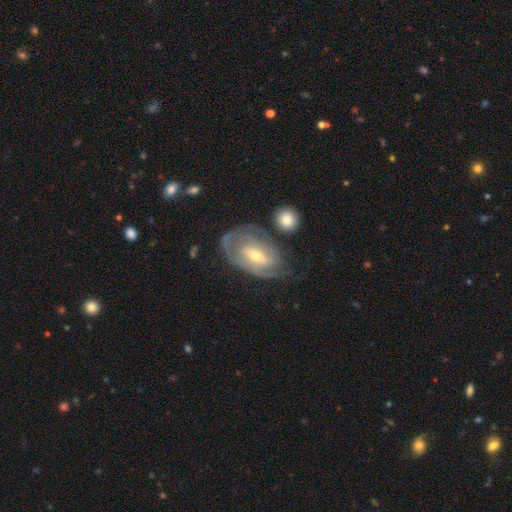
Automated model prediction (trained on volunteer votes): A featured or disk galaxy (77%) with a weak bar (43%), tight (60%) spiral arms (83%) and a small central bulge (55%).

Vote fractions:
- Smooth or featured? featured or disk: 77% / smooth: 18% / star or artifact: 6%
- Edge-on disk? no: 95% / yes: 5%
- Bar? weak: 43% / no: 39% / strong: 18%
- Spiral arms? yes: 83% / no: 17%
- Spiral winding? tight: 60% / medium: 30% / loose: 11%
- Spiral arm count? can't tell: 40% / 2: 38% / 1: 8% / 3: 8% / 4: 3% / more than 4: 2%
- Bulge size? small: 55% / moderate: 41% / large: 2% / none: 1% / dominant: 1%
- Merging? none: 54% / minor disturbance: 23% / major disturbance: 16% / merger: 7%